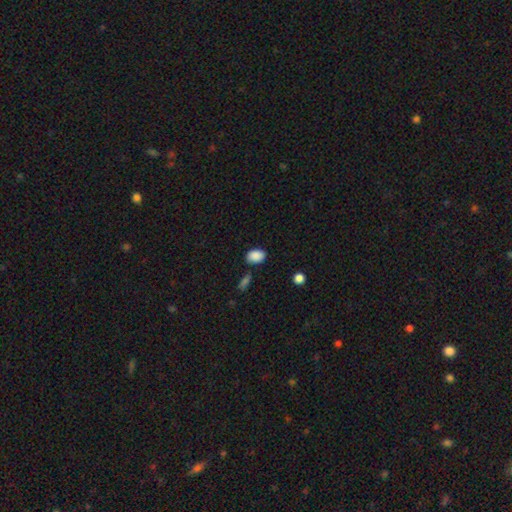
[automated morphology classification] Q: Smooth or featured?
A: smooth (88%); runner-up: star or artifact (8%)
Q: How rounded?
A: in between (85%); runner-up: round (14%)
Q: Merging?
A: none (79%); runner-up: minor disturbance (13%)